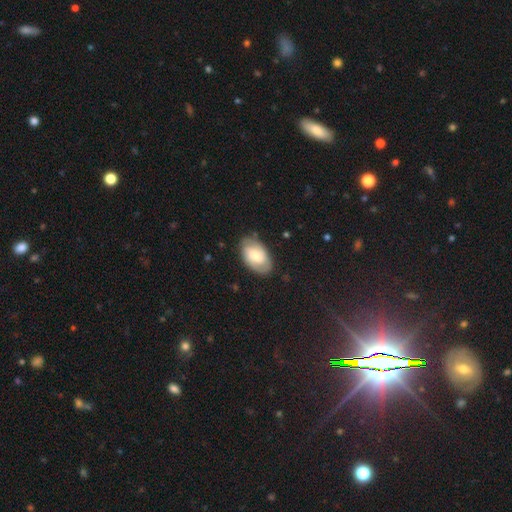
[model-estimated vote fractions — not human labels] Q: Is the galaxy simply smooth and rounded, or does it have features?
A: featured or disk — 50%.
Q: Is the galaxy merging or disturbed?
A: none — 77%.